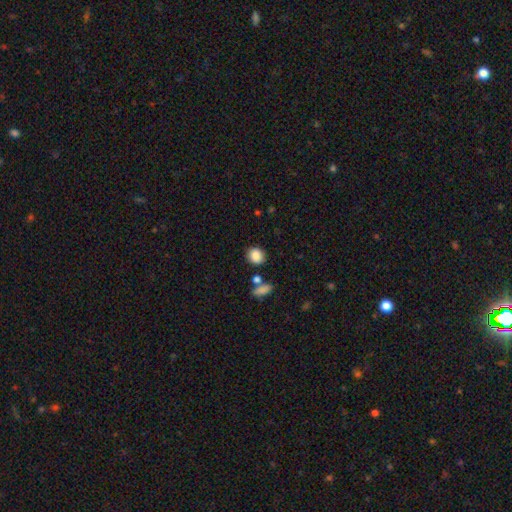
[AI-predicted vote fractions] Smooth or featured? Predicted: smooth (p=0.87). How rounded? Predicted: round (p=0.67). Merging? Predicted: none (p=0.77).